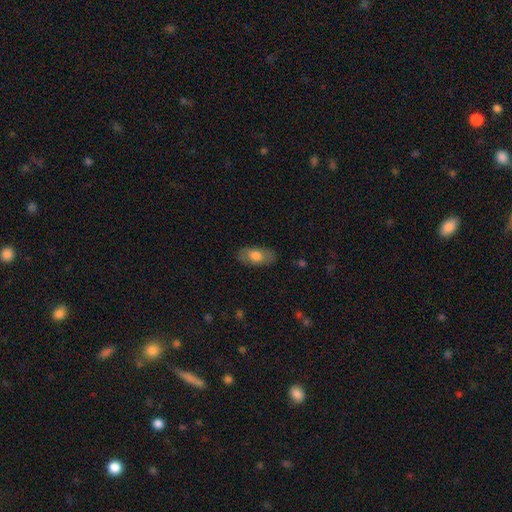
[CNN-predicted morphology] A smooth galaxy with no disk features (70%) that is in between round and cigar-shaped (90%). Merging: none (81%).